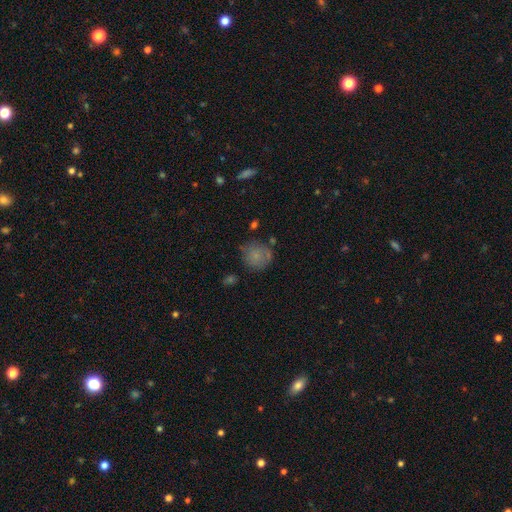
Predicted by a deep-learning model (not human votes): smooth-or-featured: smooth: 74% | featured or disk: 16% | star or artifact: 9%
  how-rounded: round: 87% | in between: 12% | cigar-shaped: 1%
  merging: none: 63% | minor disturbance: 23% | major disturbance: 8% | merger: 6%